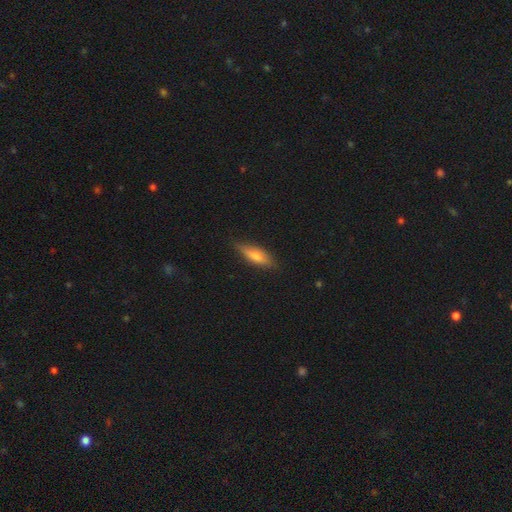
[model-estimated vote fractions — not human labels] Smooth or featured? Predicted: smooth (p=0.62). How rounded? Predicted: cigar-shaped (p=0.50). Merging? Predicted: none (p=0.79).